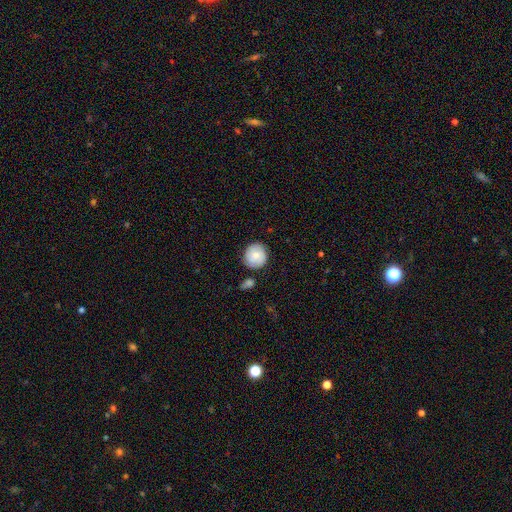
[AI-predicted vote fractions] Smooth or featured? Predicted: smooth (p=0.70). How rounded? Predicted: round (p=0.87). Merging? Predicted: none (p=0.78).